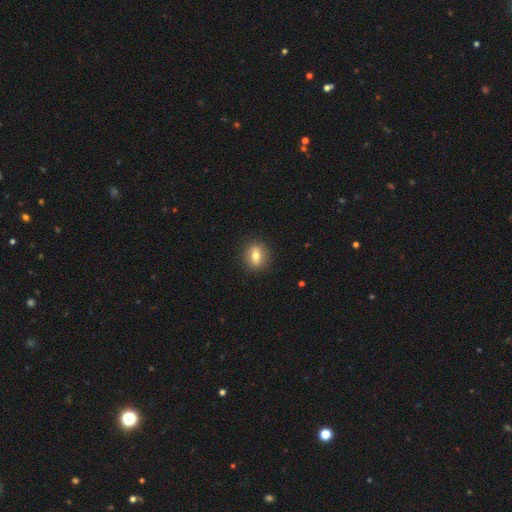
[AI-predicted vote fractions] A smooth galaxy with no disk features (61%) that is round (52%). Merging: none (89%).